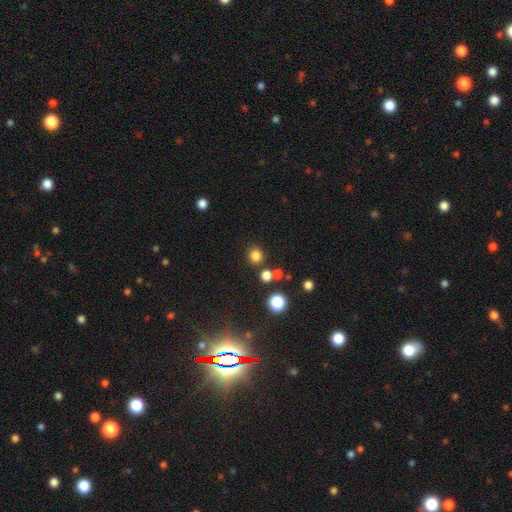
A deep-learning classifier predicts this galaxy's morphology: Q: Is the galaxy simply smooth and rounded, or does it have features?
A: smooth — 80%.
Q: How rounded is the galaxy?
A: round — 89%.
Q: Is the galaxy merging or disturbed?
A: none — 83%.